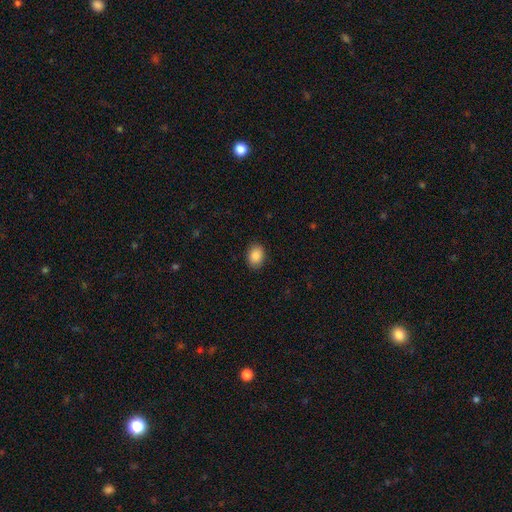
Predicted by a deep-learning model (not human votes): Morphology: type=smooth (88%); roundness=in between (73%); merging=none (89%).